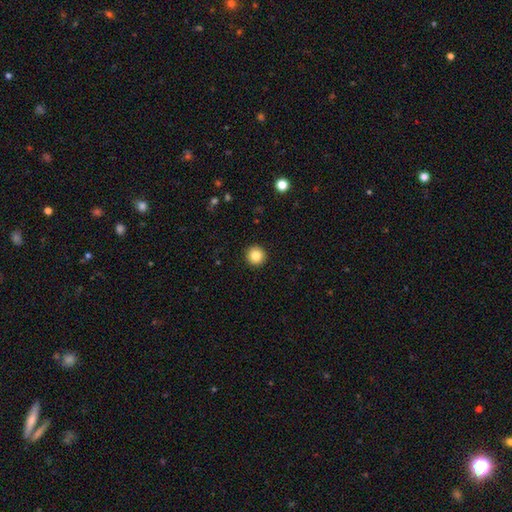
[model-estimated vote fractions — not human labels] Smooth or featured: smooth — 84% (star or artifact — 10%)
How rounded: round — 96% (in between — 4%)
Merging: none — 94% (minor disturbance — 4%)